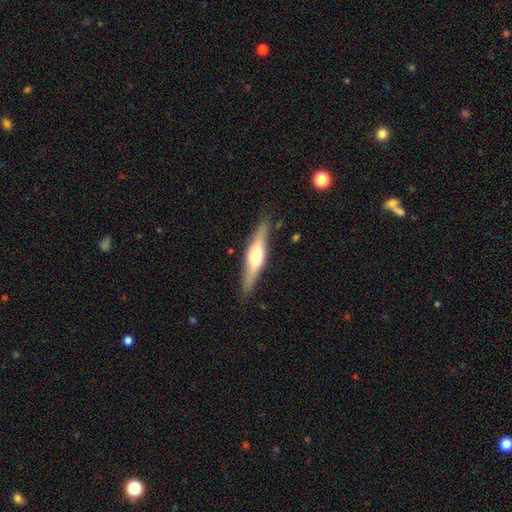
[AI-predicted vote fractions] smooth-or-featured: featured or disk: 60% | smooth: 35% | star or artifact: 5%
  disk-edge-on: yes: 94% | no: 6%
    edge-on-bulge: rounded: 88% | boxy: 8% | none: 4%
  merging: none: 86% | minor disturbance: 10% | major disturbance: 2% | merger: 1%